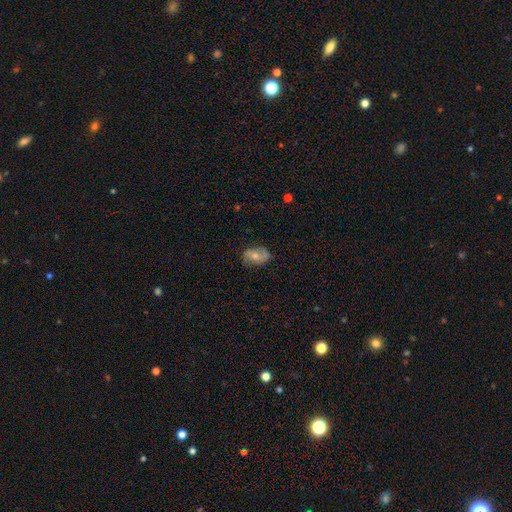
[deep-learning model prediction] The model was most divided on "smooth or featured": featured or disk: 49%, smooth: 43%, star or artifact: 8%. More confident: merging — none (73%).